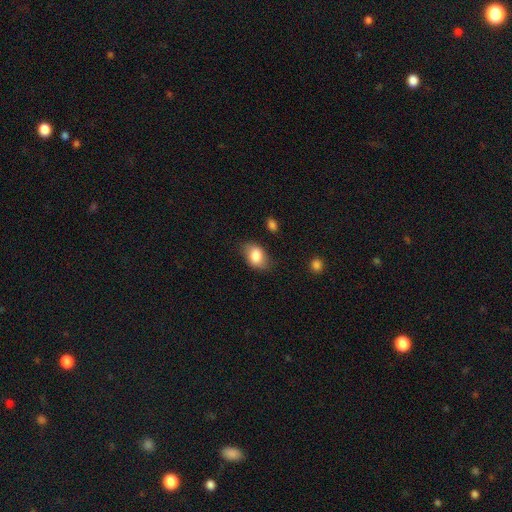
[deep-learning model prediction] This is clearly a smooth galaxy (81%). How rounded: clearly in between (84%). Merging: likely none (75%).